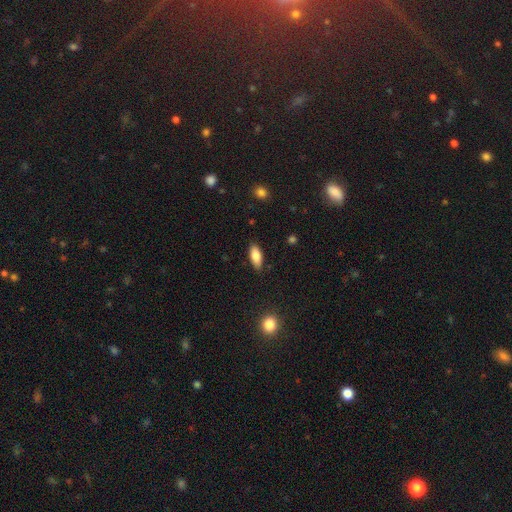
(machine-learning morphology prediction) smooth 82%, featured or disk 11%, star or artifact 7%. Down the decision tree: how rounded — in between (81%); merging — none (86%).